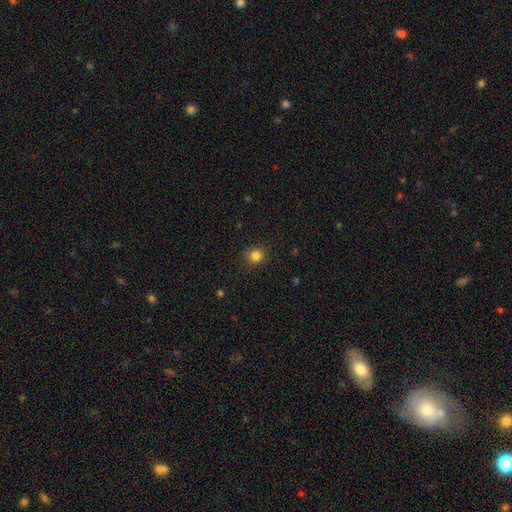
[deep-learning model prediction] Smooth or featured? smooth (83%)
How rounded? round (90%)
Merging? none (88%)